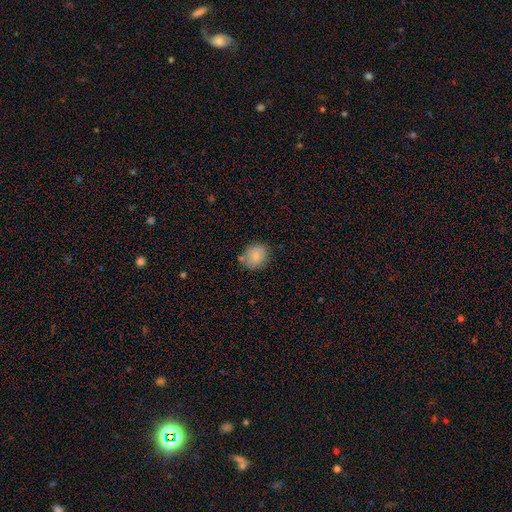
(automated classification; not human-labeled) A smooth galaxy with no disk features (83%) that is round (63%).

Vote fractions:
- Smooth or featured? smooth: 83% / featured or disk: 9% / star or artifact: 8%
- How rounded? round: 63% / in between: 36% / cigar-shaped: 1%
- Merging? none: 74% / minor disturbance: 16% / merger: 6% / major disturbance: 4%